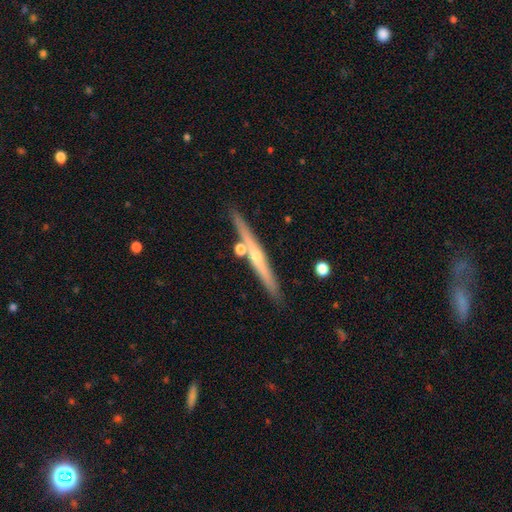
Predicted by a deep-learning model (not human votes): A featured or disk galaxy (68%) viewed edge-on (97%) with a rounded central bulge (75%). Merging: none (81%).